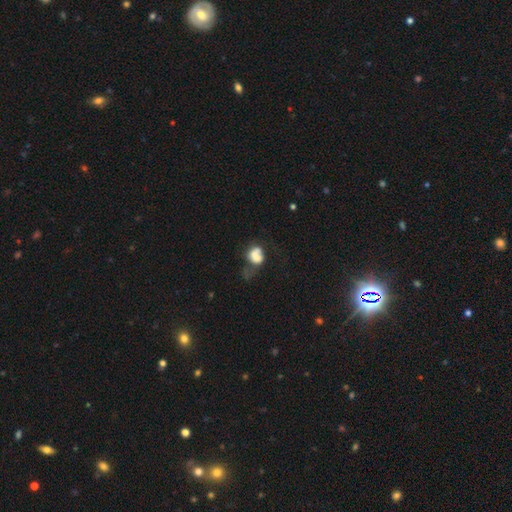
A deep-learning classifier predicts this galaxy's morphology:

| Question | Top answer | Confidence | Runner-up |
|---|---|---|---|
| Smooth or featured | smooth | 60% | featured or disk (27%) |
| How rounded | in between | 55% | round (43%) |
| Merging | merger | 32% | major disturbance (31%) |